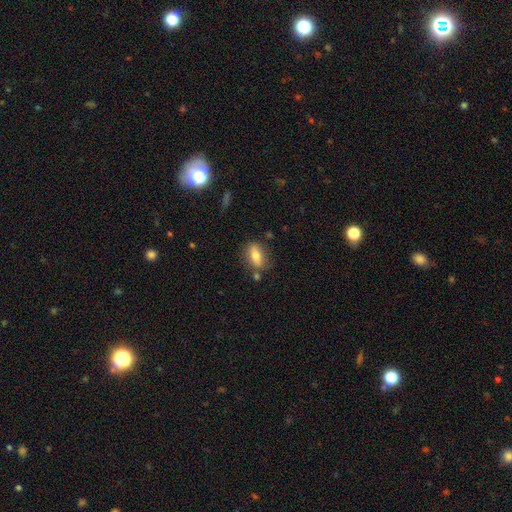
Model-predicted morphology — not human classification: A smooth galaxy with no disk features (72%) that is in between round and cigar-shaped (77%). Merging: none (75%).